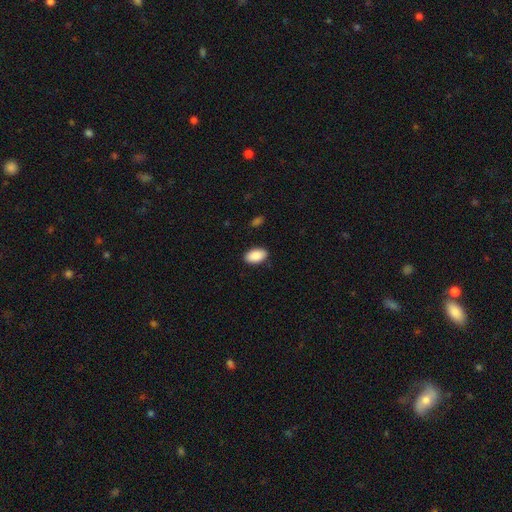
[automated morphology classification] A smooth galaxy with no disk features (90%) that is in between round and cigar-shaped (94%). Merging: none (88%).